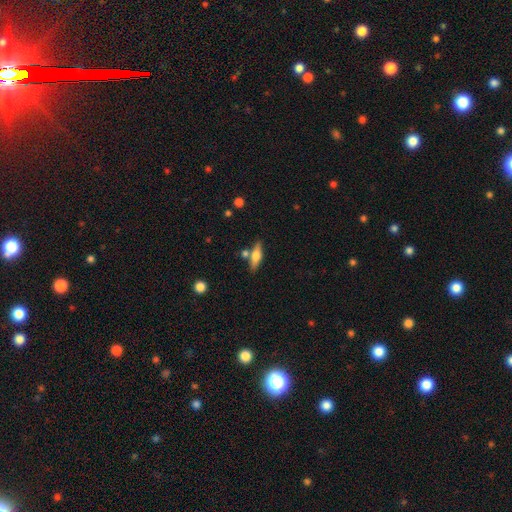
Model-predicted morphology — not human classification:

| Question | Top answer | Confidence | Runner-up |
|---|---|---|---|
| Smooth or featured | smooth | 55% | featured or disk (39%) |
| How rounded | cigar-shaped | 56% | in between (41%) |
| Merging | none | 73% | minor disturbance (12%) |